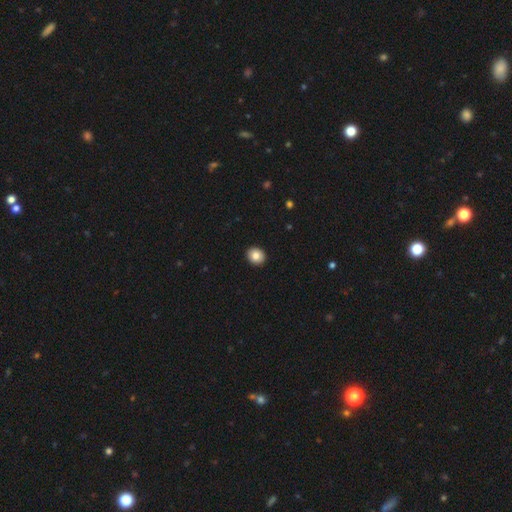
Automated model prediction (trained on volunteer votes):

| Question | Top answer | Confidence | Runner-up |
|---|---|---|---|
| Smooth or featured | smooth | 83% | star or artifact (9%) |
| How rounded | round | 74% | in between (25%) |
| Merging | none | 93% | minor disturbance (5%) |